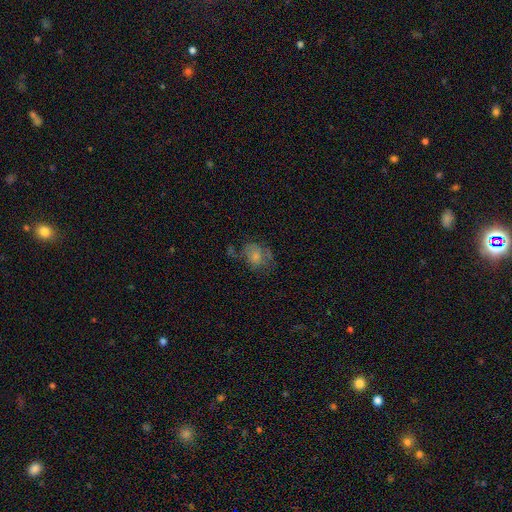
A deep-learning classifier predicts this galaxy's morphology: smooth-or-featured: smooth: 59% | featured or disk: 29% | star or artifact: 11%
  how-rounded: in between: 62% | round: 37% | cigar-shaped: 1%
  merging: none: 37% | major disturbance: 29% | minor disturbance: 27% | merger: 7%